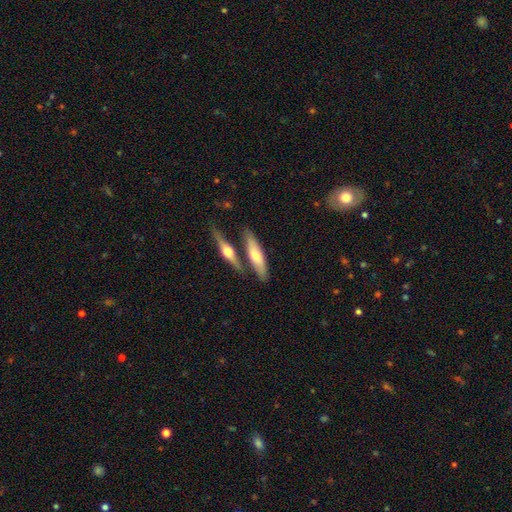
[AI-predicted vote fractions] This is possibly a smooth galaxy (50%). How rounded: likely cigar-shaped (66%). Merging: likely none (62%).